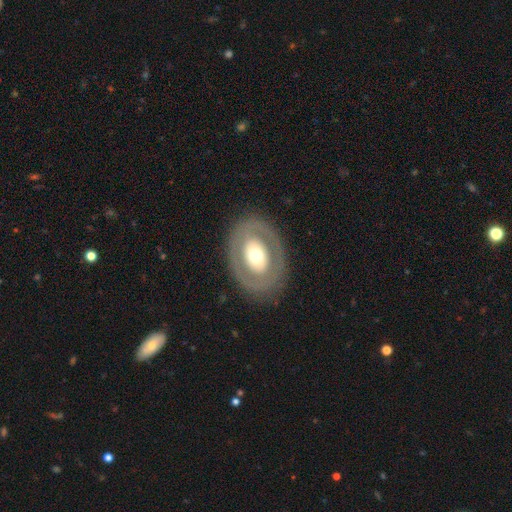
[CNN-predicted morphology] This is possibly a featured or disk galaxy (53%). It is clearly not viewed edge-on (92%). Merging: clearly none (82%).